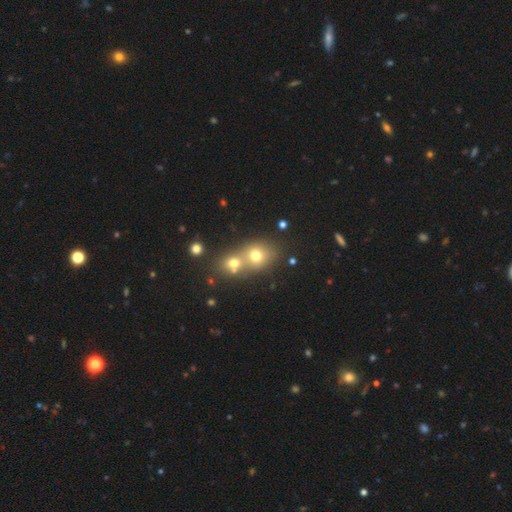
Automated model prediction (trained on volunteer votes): Q: Smooth or featured?
A: smooth (69%); runner-up: star or artifact (16%)
Q: How rounded?
A: round (64%); runner-up: in between (35%)
Q: Merging?
A: merger (54%); runner-up: none (36%)